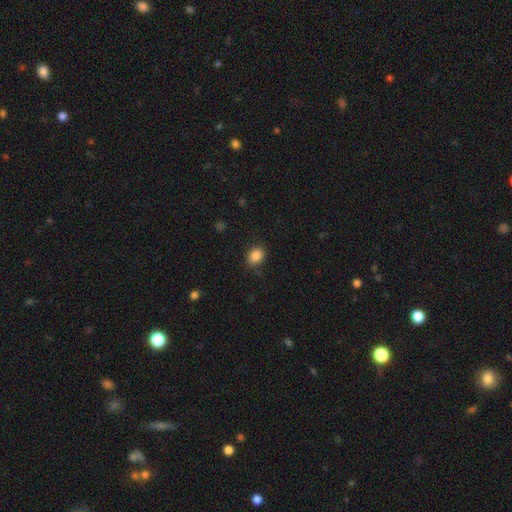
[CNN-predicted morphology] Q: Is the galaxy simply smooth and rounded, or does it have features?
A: smooth — 87%.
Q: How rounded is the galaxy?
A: in between — 69%.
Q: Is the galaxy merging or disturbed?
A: none — 81%.